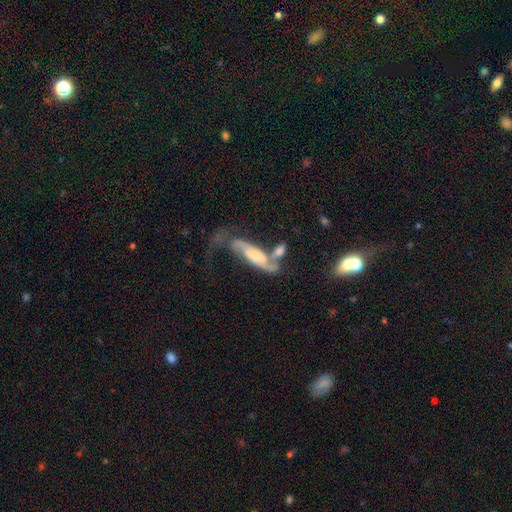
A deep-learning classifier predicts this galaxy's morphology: This appears to be a featured or disk galaxy (69%) with no bar (47%), spiral arms (88%) and a small central bulge (31%). Merging: merger (35%).